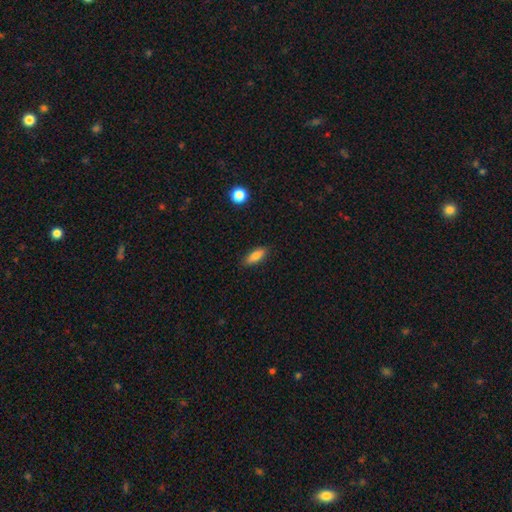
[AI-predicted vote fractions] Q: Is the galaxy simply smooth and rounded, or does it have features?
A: smooth — 83%.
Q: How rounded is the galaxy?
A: in between — 74%.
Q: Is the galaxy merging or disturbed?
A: none — 85%.